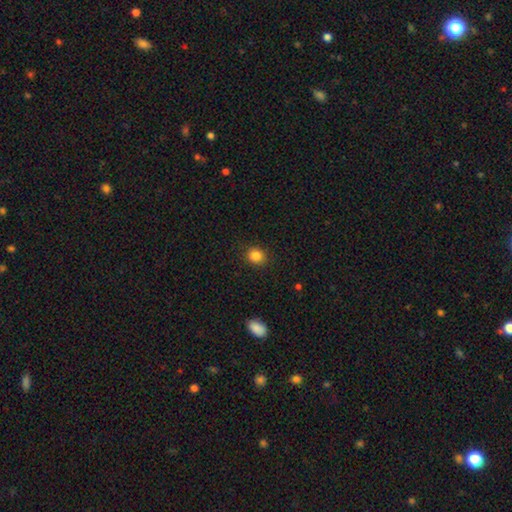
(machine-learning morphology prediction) smooth 85%, star or artifact 11%, featured or disk 4%. Down the decision tree: how rounded — round (77%); merging — none (89%).